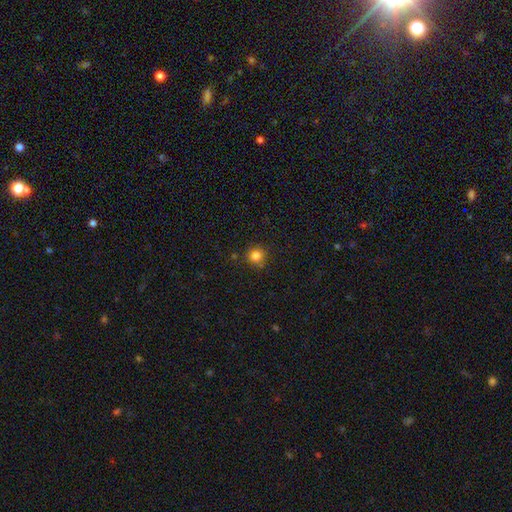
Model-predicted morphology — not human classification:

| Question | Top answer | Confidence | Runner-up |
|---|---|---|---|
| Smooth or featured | smooth | 80% | star or artifact (15%) |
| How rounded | round | 93% | in between (6%) |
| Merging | none | 85% | minor disturbance (10%) |